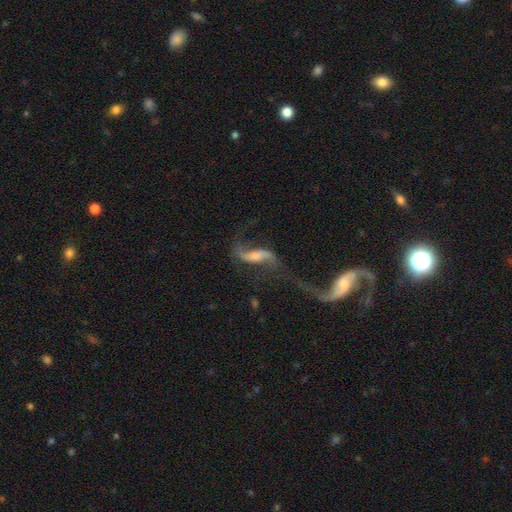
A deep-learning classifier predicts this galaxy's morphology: Smooth or featured: featured or disk — 83% (smooth — 11%)
Edge-on disk: no — 91% (yes — 9%)
Bar: weak — 34% (no — 33%)
Spiral arms: yes — 93% (no — 7%)
Spiral winding: loose — 88% (medium — 9%)
Spiral arm count: 2 — 91% (1 — 4%)
Bulge size: small — 43% (moderate — 35%)
Merging: none — 50% (major disturbance — 24%)